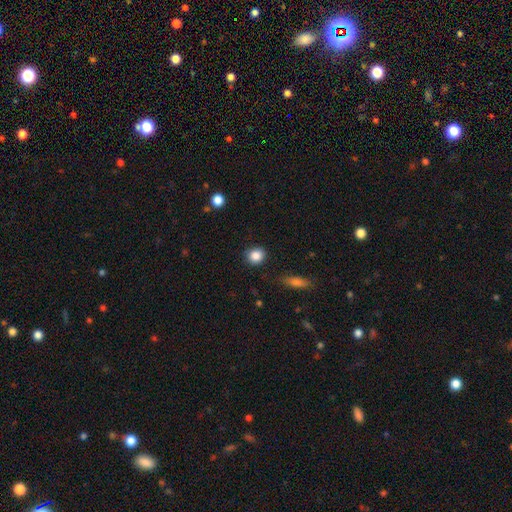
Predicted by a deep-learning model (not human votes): A smooth galaxy with no disk features (86%) that is round (82%).

Vote fractions:
- Smooth or featured? smooth: 86% / star or artifact: 9% / featured or disk: 5%
- How rounded? round: 82% / in between: 17% / cigar-shaped: 1%
- Merging? none: 87% / minor disturbance: 9% / major disturbance: 2% / merger: 2%